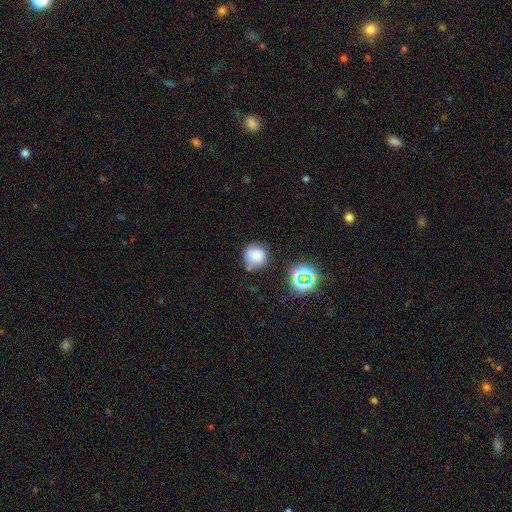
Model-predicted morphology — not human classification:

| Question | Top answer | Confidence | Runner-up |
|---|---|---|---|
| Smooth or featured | smooth | 72% | star or artifact (16%) |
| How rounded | round | 87% | in between (12%) |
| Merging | none | 61% | minor disturbance (26%) |